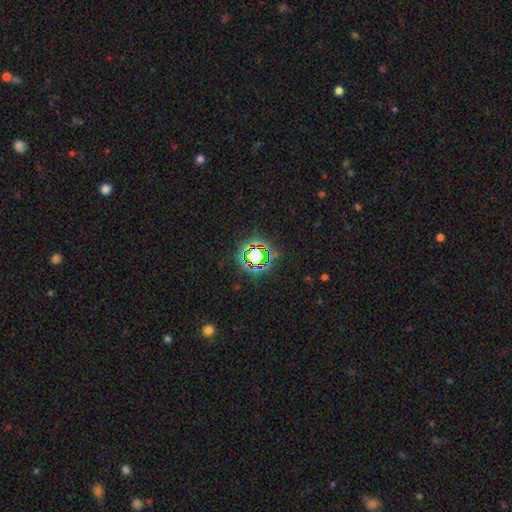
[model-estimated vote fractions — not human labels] Smooth or featured? star or artifact (69%)